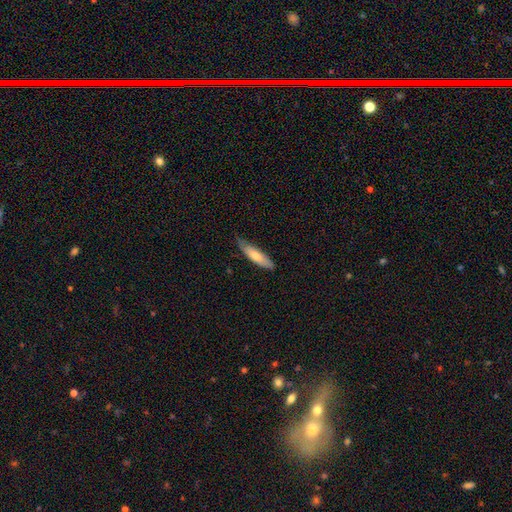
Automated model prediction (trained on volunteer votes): The model was most divided on "how rounded": cigar-shaped: 69%, in between: 29%, round: 1%. More confident: merging — none (72%); smooth or featured — smooth (70%).